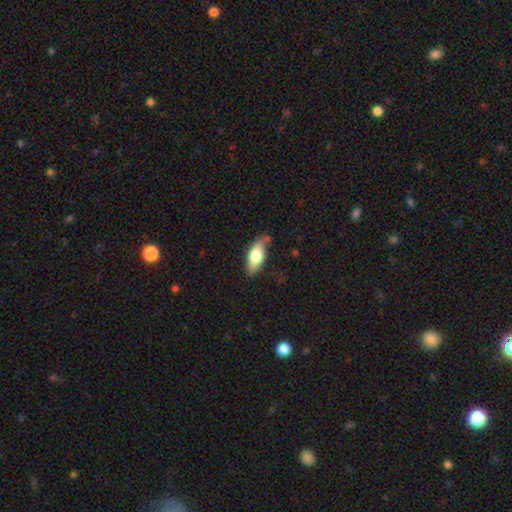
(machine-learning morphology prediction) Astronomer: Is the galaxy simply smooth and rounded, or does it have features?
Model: smooth — 66%.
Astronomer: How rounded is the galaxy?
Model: in between — 78%.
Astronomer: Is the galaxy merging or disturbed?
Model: none — 68%.